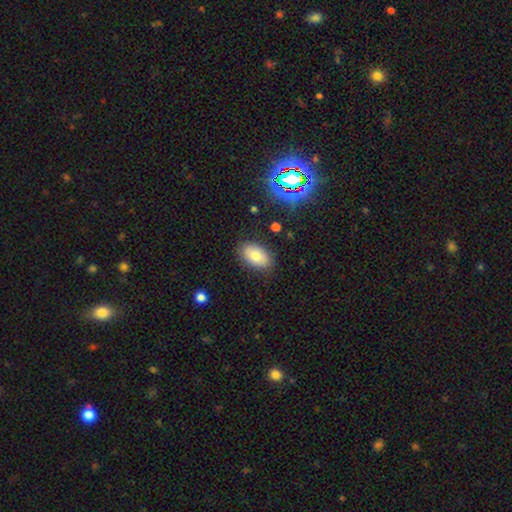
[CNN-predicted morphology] Q: Smooth or featured?
A: smooth (78%); runner-up: featured or disk (13%)
Q: How rounded?
A: in between (92%); runner-up: round (7%)
Q: Merging?
A: none (85%); runner-up: minor disturbance (11%)